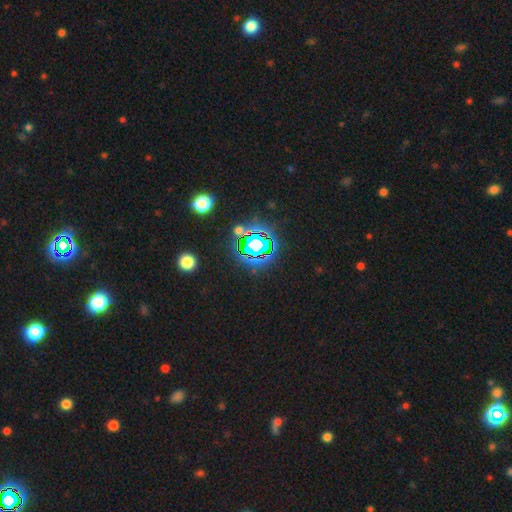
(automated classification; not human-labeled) Smooth or featured? star or artifact (82%)